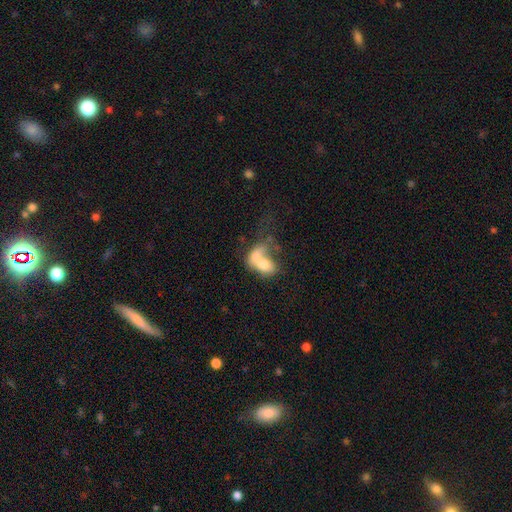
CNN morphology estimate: The model was most divided on "smooth or featured": smooth: 63%, featured or disk: 29%, star or artifact: 8%. More confident: how rounded — in between (76%); merging — merger (71%).